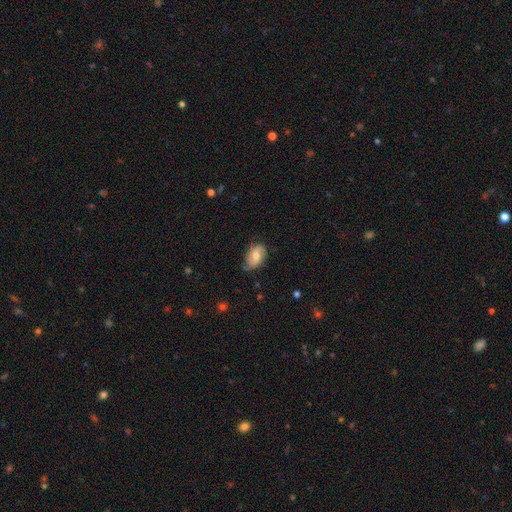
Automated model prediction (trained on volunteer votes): Overall: smooth (48%; featured or disk 44%). Merging: none (63%; minor disturbance 28%).